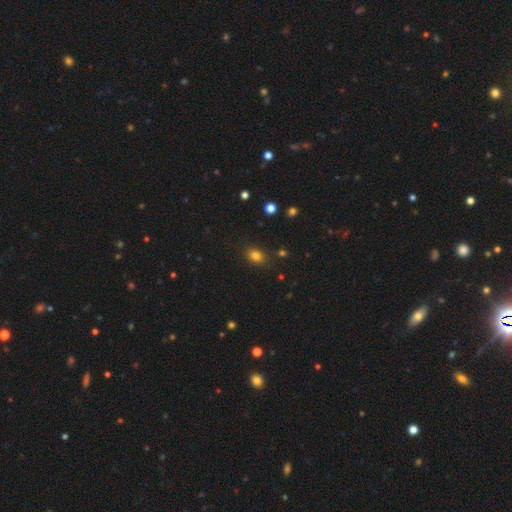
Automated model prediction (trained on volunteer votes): A smooth galaxy with no disk features (81%) that is in between round and cigar-shaped (65%).

Vote fractions:
- Smooth or featured? smooth: 81% / star or artifact: 14% / featured or disk: 6%
- How rounded? in between: 65% / round: 33% / cigar-shaped: 1%
- Merging? none: 83% / minor disturbance: 11% / major disturbance: 3% / merger: 2%